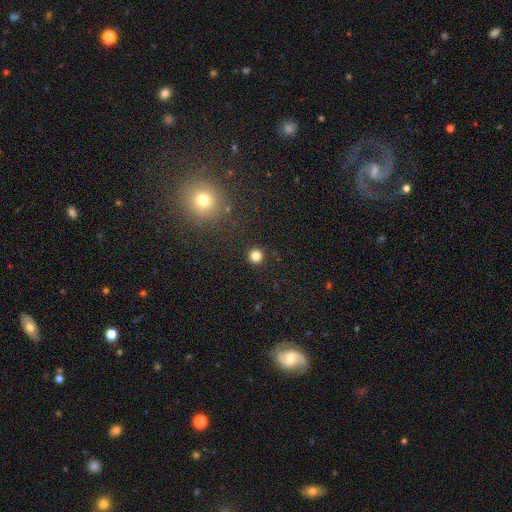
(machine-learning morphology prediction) smooth 82%, star or artifact 14%, featured or disk 4%. Down the decision tree: how rounded — round (95%); merging — none (92%).